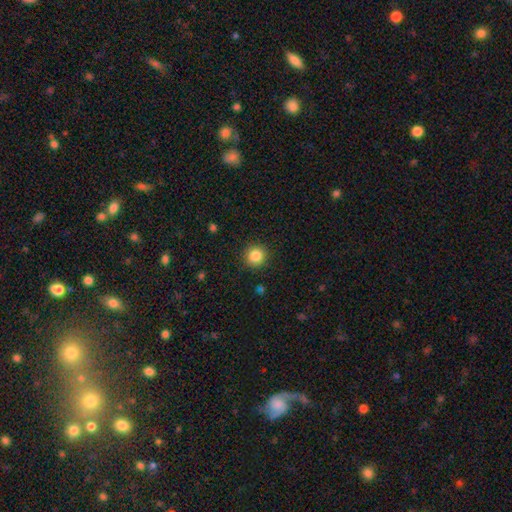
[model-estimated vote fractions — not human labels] Overall: smooth (84%). How rounded: round (94%). Merging: none (91%).